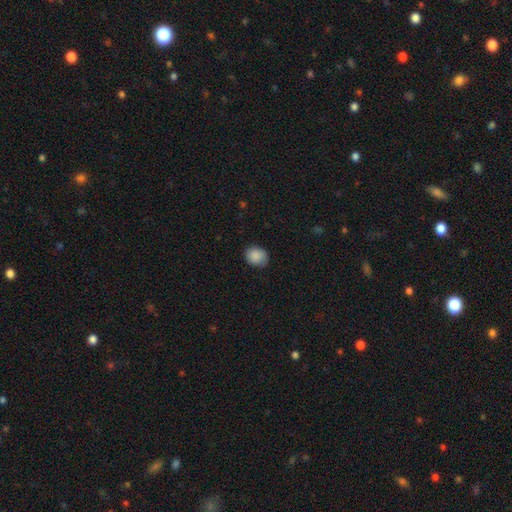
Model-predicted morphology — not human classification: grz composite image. It shows a smooth galaxy with no disk features (87%) that is round (58%). Merging: none (79%).